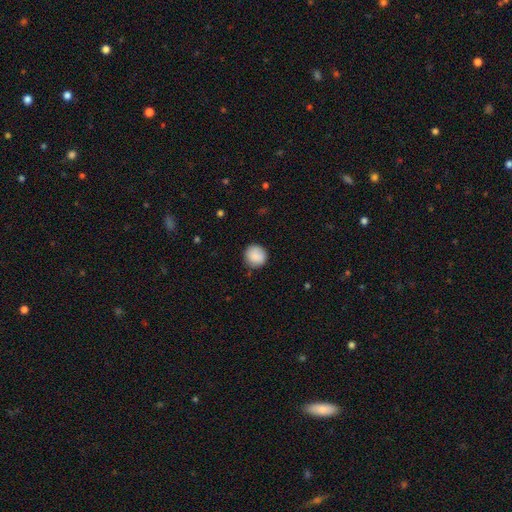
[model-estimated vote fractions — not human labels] smooth-or-featured: smooth: 88% | star or artifact: 7% | featured or disk: 4%
  how-rounded: round: 93% | in between: 6% | cigar-shaped: 1%
  merging: none: 87% | minor disturbance: 10% | major disturbance: 2% | merger: 1%